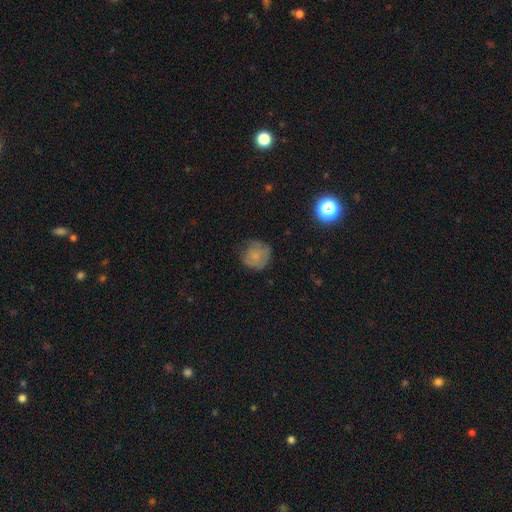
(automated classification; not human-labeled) Q: Smooth or featured?
A: smooth (68%); runner-up: featured or disk (23%)
Q: How rounded?
A: round (88%); runner-up: in between (11%)
Q: Merging?
A: none (63%); runner-up: minor disturbance (27%)